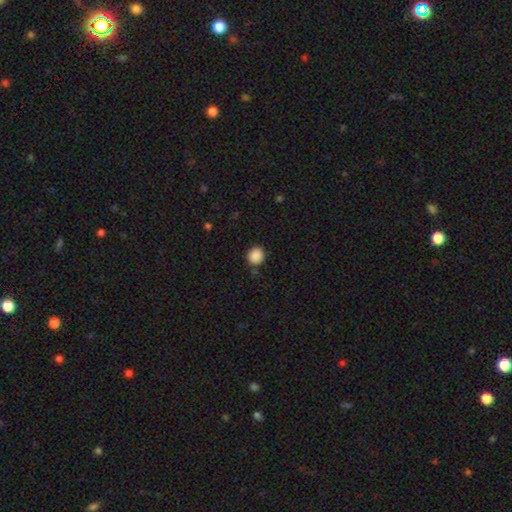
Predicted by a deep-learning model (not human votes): Overall: smooth (88%). How rounded: round (88%). Merging: none (86%).